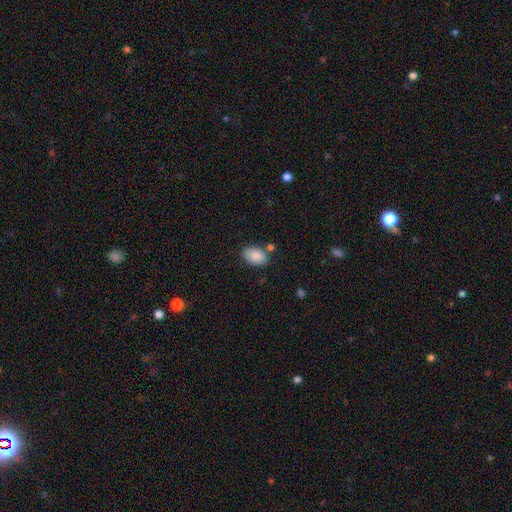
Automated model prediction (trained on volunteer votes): Smooth or featured: smooth — 88% (star or artifact — 7%)
How rounded: in between — 89% (round — 10%)
Merging: none — 74% (minor disturbance — 15%)